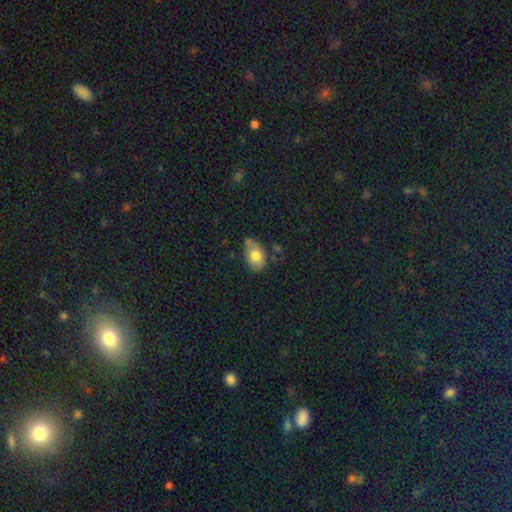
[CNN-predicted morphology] Smooth or featured?
  - smooth: 78% *
  - featured or disk: 12%
  - star or artifact: 10%
How rounded?
  - in between: 78% *
  - round: 21%
  - cigar-shaped: 2%
Merging?
  - none: 54% *
  - minor disturbance: 29%
  - merger: 10%
  - major disturbance: 7%